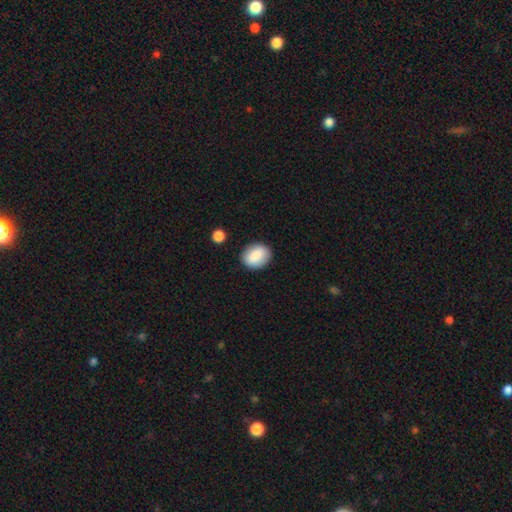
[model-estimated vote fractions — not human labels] This is clearly a smooth galaxy (86%). How rounded: possibly in between (57%). Merging: clearly none (85%).